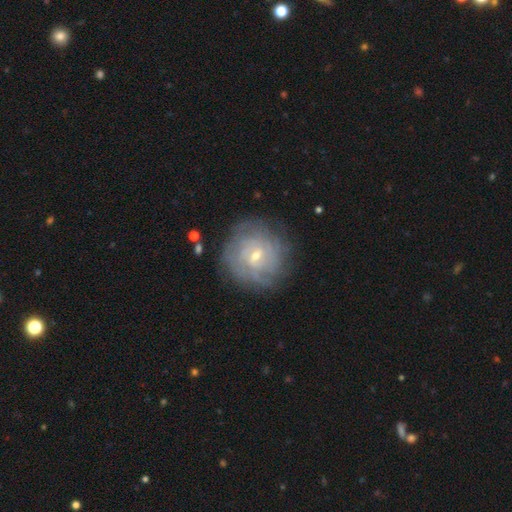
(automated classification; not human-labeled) The model was most divided on "bar": no: 50%, weak: 42%, strong: 8%. More confident: edge-on disk — no (97%); spiral arms — yes (85%); merging — none (80%); spiral winding — tight (74%); smooth or featured — featured or disk (72%); bulge size — small (66%); spiral arm count — can't tell (57%).